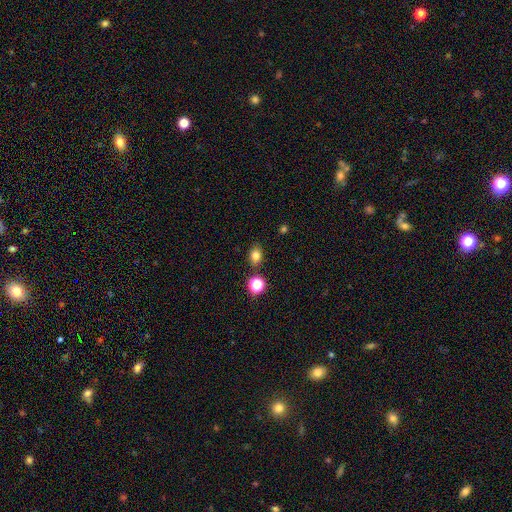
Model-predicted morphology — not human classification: The model was most divided on "how rounded": in between: 66%, round: 33%, cigar-shaped: 1%. More confident: merging — none (82%); smooth or featured — smooth (79%).